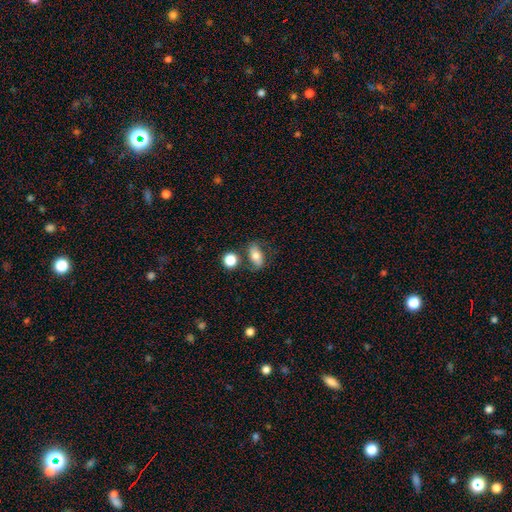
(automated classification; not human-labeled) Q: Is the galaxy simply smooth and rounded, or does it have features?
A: smooth — 68%.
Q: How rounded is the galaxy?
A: in between — 81%.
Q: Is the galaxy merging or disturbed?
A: none — 65%.